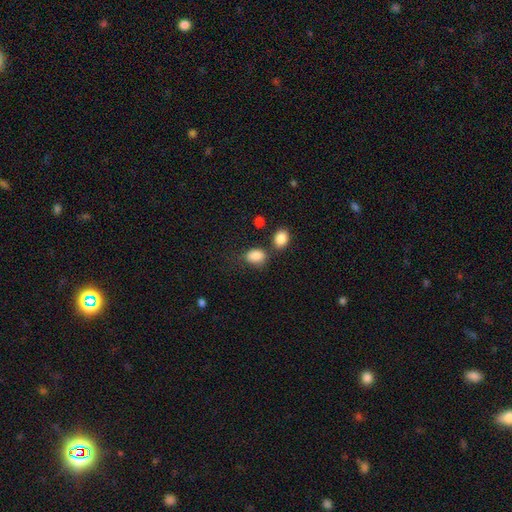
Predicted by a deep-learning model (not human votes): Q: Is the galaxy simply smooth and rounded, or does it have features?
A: smooth — 86%.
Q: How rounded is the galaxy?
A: in between — 76%.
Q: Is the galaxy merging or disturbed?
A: none — 57%.